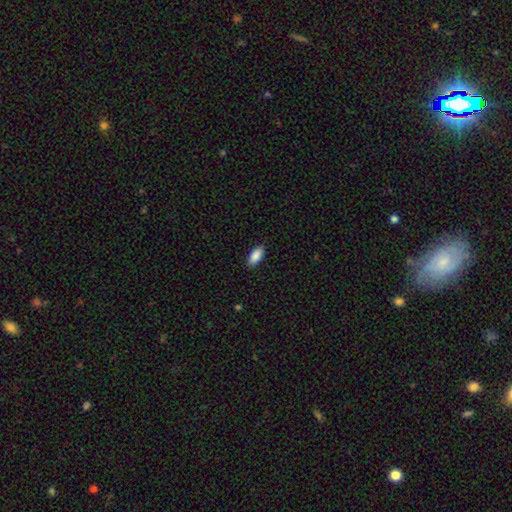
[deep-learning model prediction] Morphology: type=smooth (90%); roundness=in between (88%); merging=none (88%).